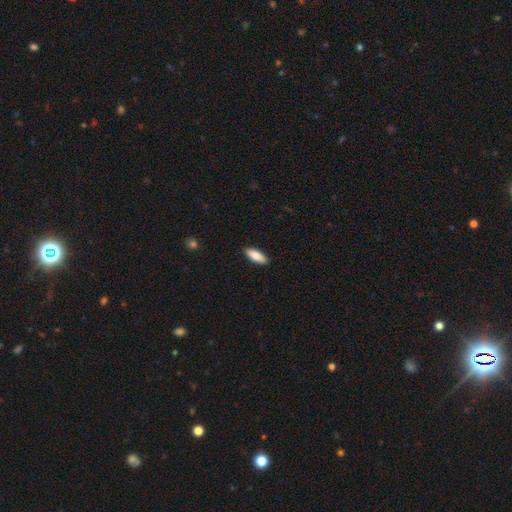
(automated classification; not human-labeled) Morphology: type=smooth (83%); roundness=in between (67%); merging=none (90%).